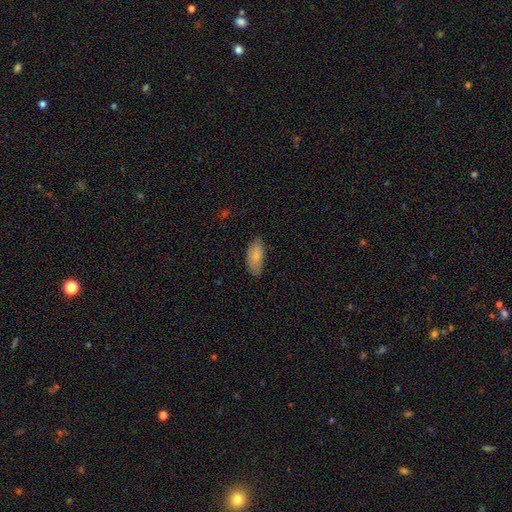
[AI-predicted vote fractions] Smooth or featured? smooth (83%)
How rounded? in between (88%)
Merging? none (73%)